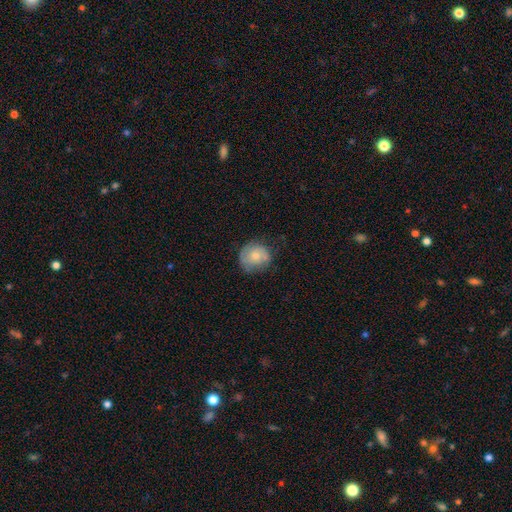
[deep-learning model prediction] smooth 66%, featured or disk 27%, star or artifact 7%. Down the decision tree: how rounded — round (83%); merging — none (64%).